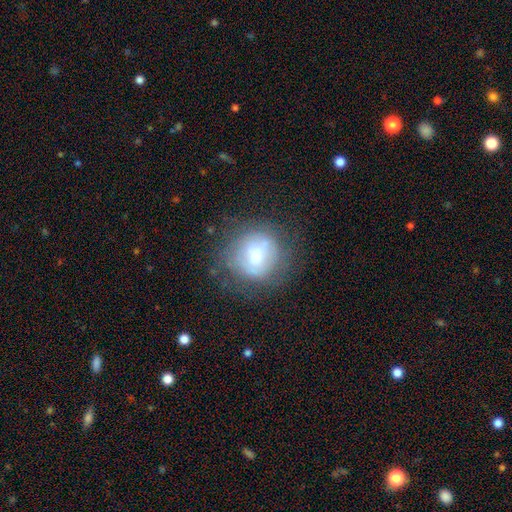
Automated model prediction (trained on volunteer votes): Smooth or featured? featured or disk (43%, tied with smooth)
Merging? none (78%)